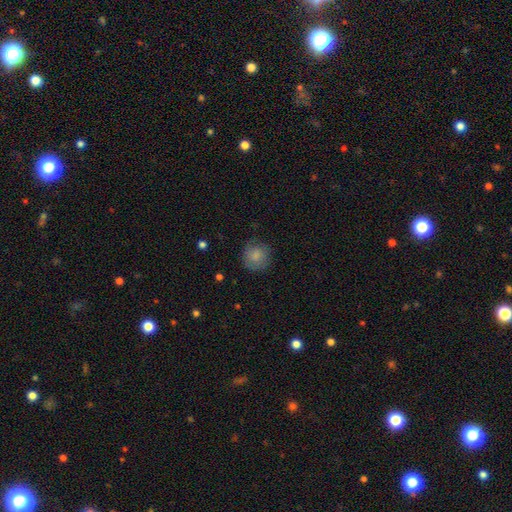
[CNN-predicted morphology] smooth 79%, featured or disk 14%, star or artifact 7%. Down the decision tree: how rounded — round (89%); merging — none (77%).